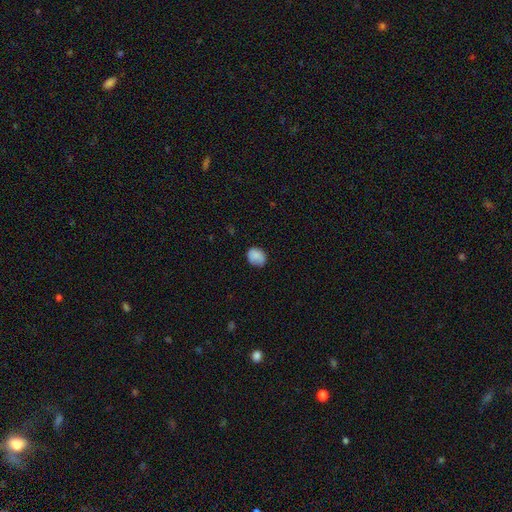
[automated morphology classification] smooth_or_featured: smooth (p=0.84) [alt: star or artifact p=0.09]
how_rounded: round (p=0.56) [alt: in between p=0.43]
merging: none (p=0.70) [alt: minor disturbance p=0.23]